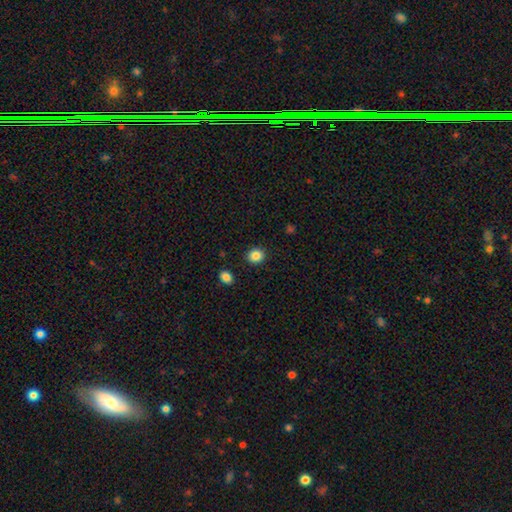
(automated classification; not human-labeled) This appears to be a smooth galaxy with no disk features (86%) that is round (77%). Merging: none (90%).